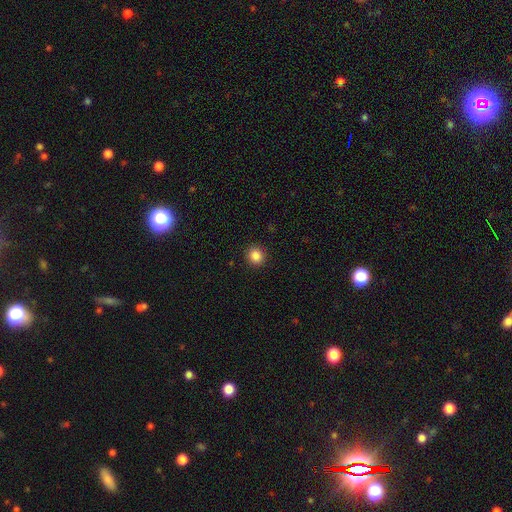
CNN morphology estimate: Overall: smooth (86%). How rounded: round (91%). Merging: none (93%).